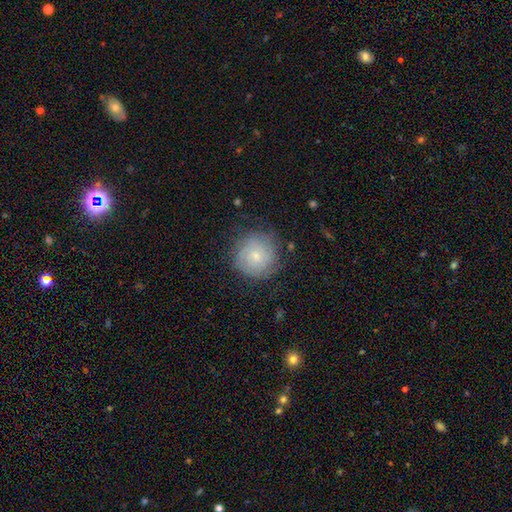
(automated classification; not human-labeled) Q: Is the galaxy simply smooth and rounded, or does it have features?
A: featured or disk — 50%.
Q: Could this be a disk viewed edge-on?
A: no — 98%.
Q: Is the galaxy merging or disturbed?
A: none — 75%.